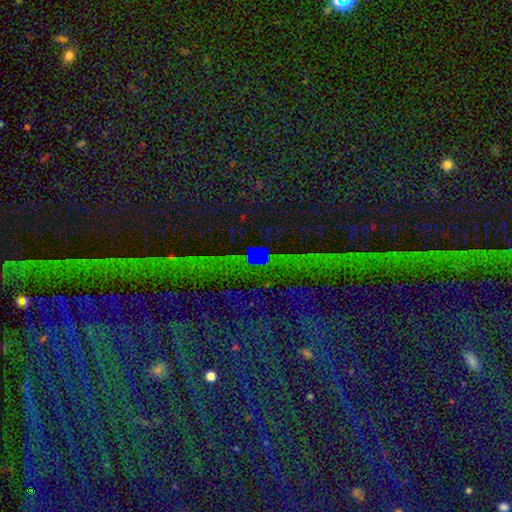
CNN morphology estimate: A star or artifact, not a galaxy (81%).